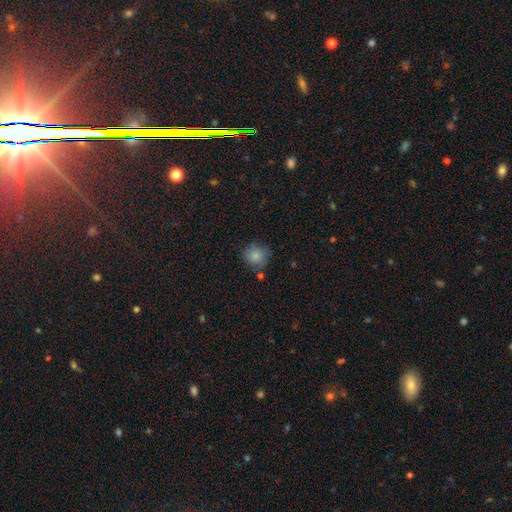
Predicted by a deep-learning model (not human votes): Smooth or featured? Predicted: smooth (p=0.81). How rounded? Predicted: round (p=0.84). Merging? Predicted: none (p=0.68).